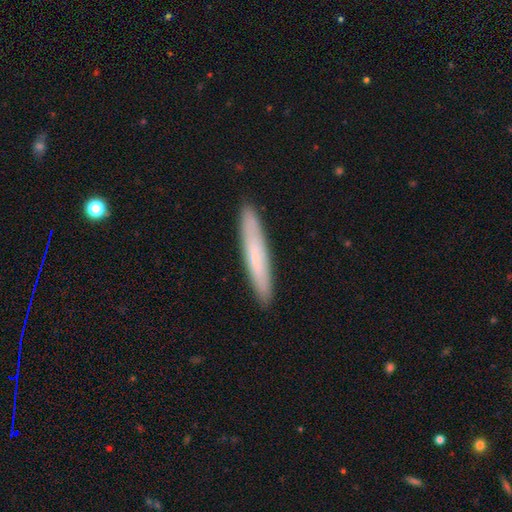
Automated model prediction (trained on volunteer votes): Morphology: type=smooth (65%); roundness=cigar-shaped (95%); merging=none (92%).